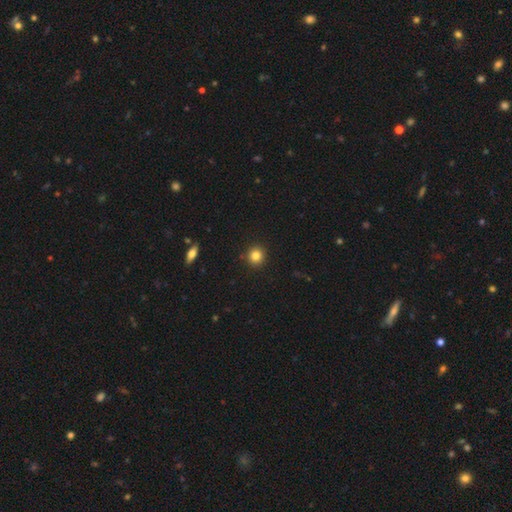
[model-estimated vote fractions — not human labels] A smooth galaxy with no disk features (83%) that is round (93%). Merging: none (92%).